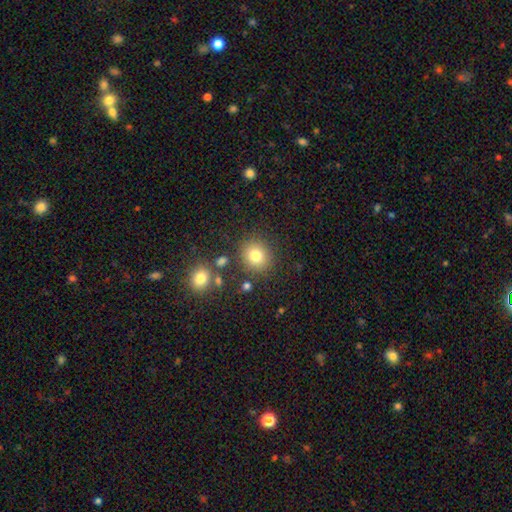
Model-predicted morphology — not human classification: The model was most divided on "smooth or featured": smooth: 80%, star or artifact: 12%, featured or disk: 8%. More confident: how rounded — round (84%); merging — none (83%).